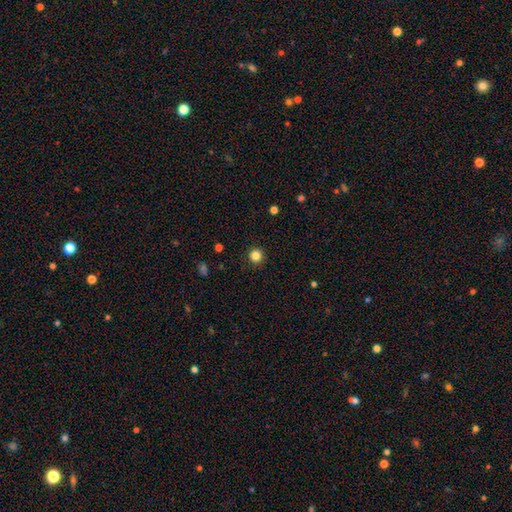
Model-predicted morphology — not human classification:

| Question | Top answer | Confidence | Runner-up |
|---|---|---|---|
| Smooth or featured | smooth | 84% | star or artifact (12%) |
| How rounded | round | 95% | in between (4%) |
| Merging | none | 93% | minor disturbance (5%) |